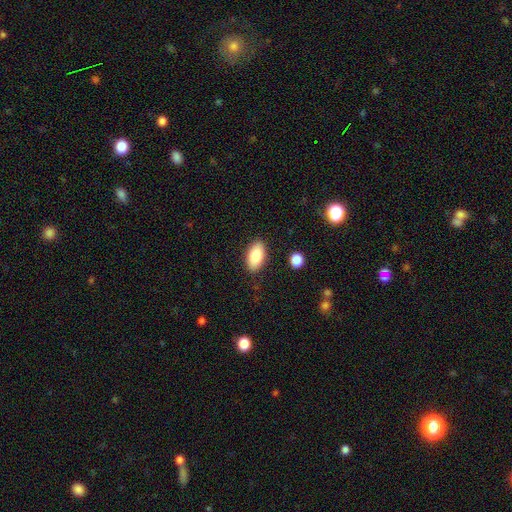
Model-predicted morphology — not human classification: A smooth galaxy with no disk features (86%) that is in between round and cigar-shaped (93%). Merging: none (87%).